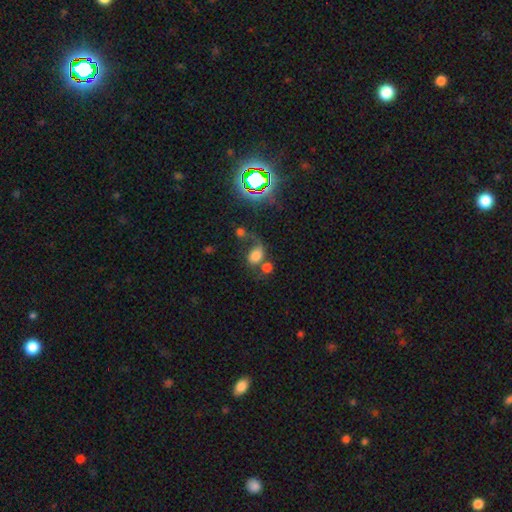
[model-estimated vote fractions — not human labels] smooth 59%, featured or disk 22%, star or artifact 19%. Down the decision tree: how rounded — in between (65%); merging — merger (33%).